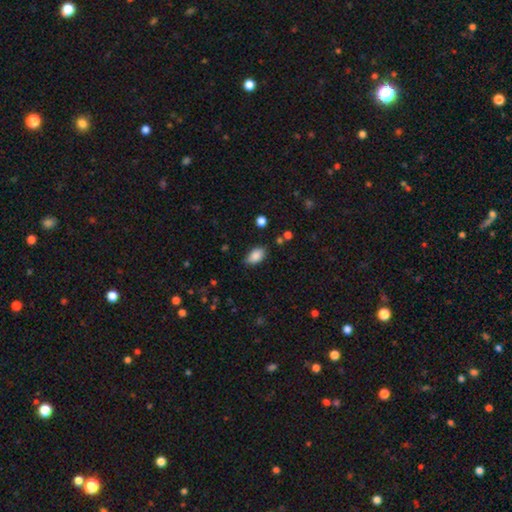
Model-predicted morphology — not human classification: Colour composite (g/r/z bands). It shows a smooth galaxy with no disk features (87%) that is in between round and cigar-shaped (91%). Merging: none (77%).